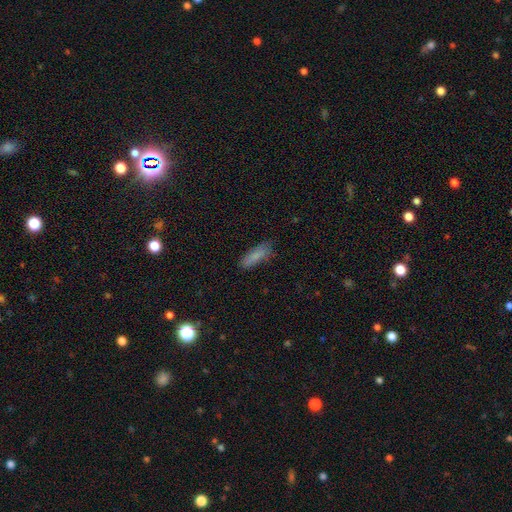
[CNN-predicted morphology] This appears to be a smooth galaxy with no disk features (83%) that is in between round and cigar-shaped (51%). Merging: none (78%).